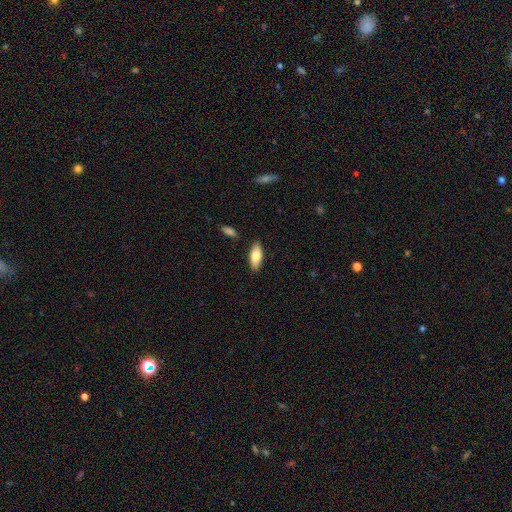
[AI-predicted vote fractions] Q: Smooth or featured?
A: smooth (80%); runner-up: featured or disk (14%)
Q: How rounded?
A: in between (80%); runner-up: cigar-shaped (18%)
Q: Merging?
A: none (86%); runner-up: minor disturbance (10%)